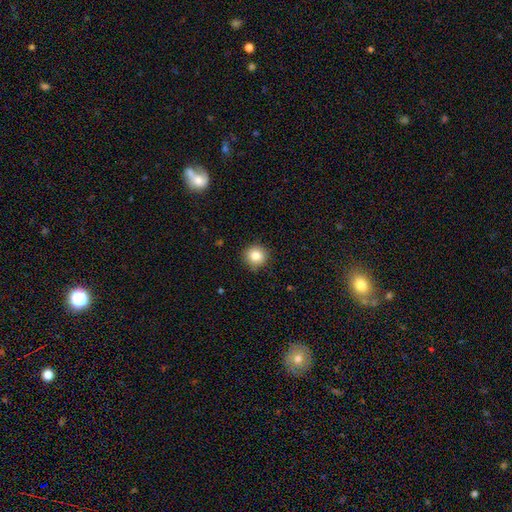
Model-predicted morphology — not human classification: This appears to be a smooth galaxy with no disk features (84%) that is round (94%). Merging: none (89%).